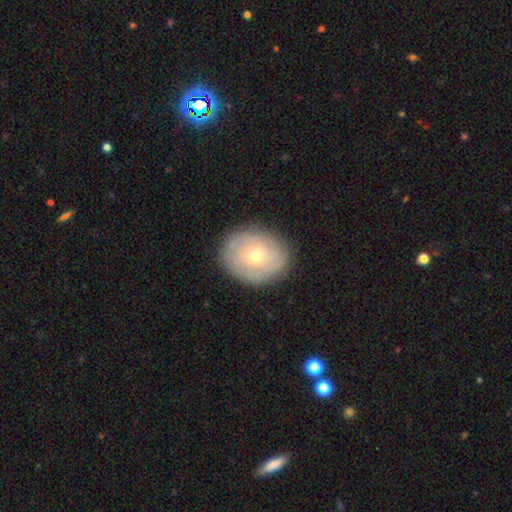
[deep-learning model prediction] A featured or disk galaxy (75%) with no bar (67%), tight (75%) spiral arms (92%) and a small central bulge (53%).

Vote fractions:
- Smooth or featured? featured or disk: 75% / smooth: 19% / star or artifact: 7%
- Edge-on disk? no: 97% / yes: 3%
- Bar? no: 67% / weak: 28% / strong: 5%
- Spiral arms? yes: 92% / no: 8%
- Spiral winding? tight: 75% / medium: 20% / loose: 5%
- Spiral arm count? can't tell: 35% / 3: 23% / 2: 16% / 4: 15% / more than 4: 6% / 1: 6%
- Bulge size? small: 53% / moderate: 44% / large: 1% / none: 1% / dominant: 1%
- Merging? none: 85% / minor disturbance: 11% / major disturbance: 3% / merger: 1%